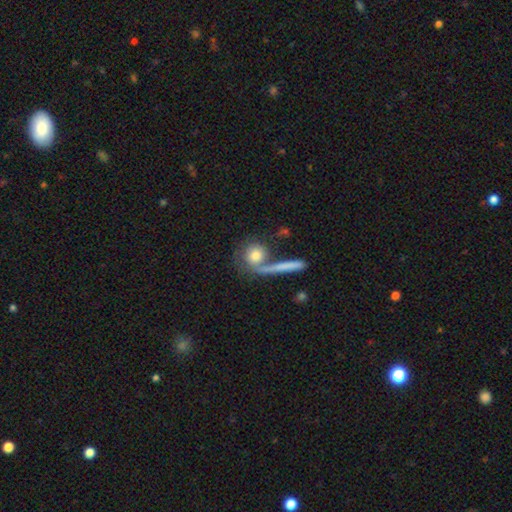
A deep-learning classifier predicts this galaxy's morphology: smooth_or_featured: smooth (p=0.67) [alt: featured or disk p=0.25]
how_rounded: round (p=0.77) [alt: in between p=0.14]
merging: none (p=0.51) [alt: merger p=0.28]